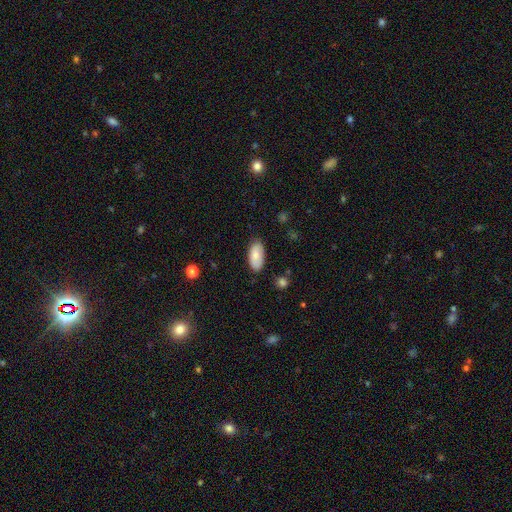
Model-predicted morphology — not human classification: A smooth galaxy with no disk features (77%) that is in between round and cigar-shaped (94%).

Vote fractions:
- Smooth or featured? smooth: 77% / featured or disk: 16% / star or artifact: 6%
- How rounded? in between: 94% / cigar-shaped: 4% / round: 2%
- Merging? none: 80% / minor disturbance: 16% / major disturbance: 3% / merger: 1%